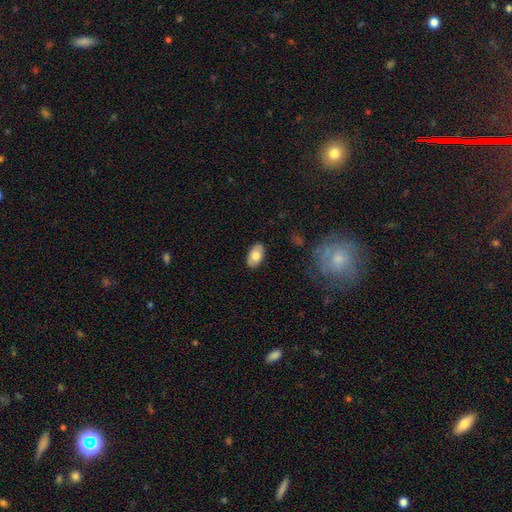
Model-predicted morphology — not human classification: A smooth galaxy with no disk features (76%) that is in between round and cigar-shaped (94%). Merging: none (87%).